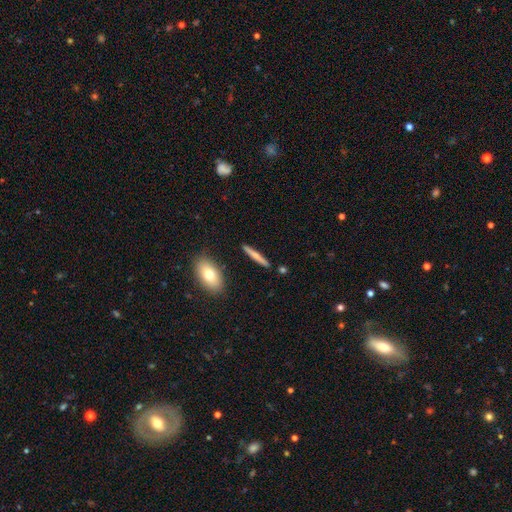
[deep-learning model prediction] Smooth or featured?
  - smooth: 53% *
  - featured or disk: 41%
  - star or artifact: 6%
How rounded?
  - cigar-shaped: 90% *
  - in between: 7%
  - round: 3%
Merging?
  - none: 89% *
  - minor disturbance: 7%
  - merger: 2%
  - major disturbance: 2%